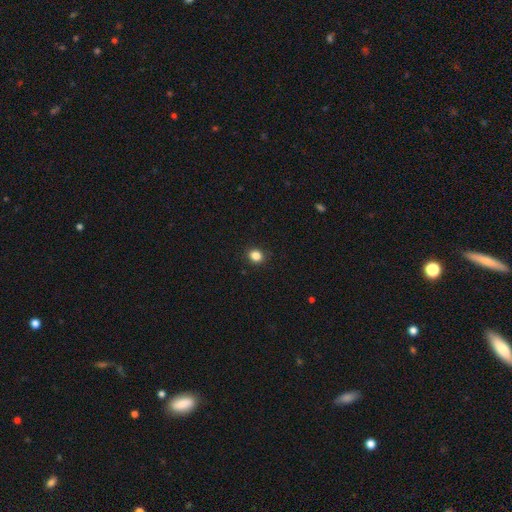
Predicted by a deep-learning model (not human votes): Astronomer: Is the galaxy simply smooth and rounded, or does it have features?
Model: smooth — 85%.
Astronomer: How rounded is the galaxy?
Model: round — 72%.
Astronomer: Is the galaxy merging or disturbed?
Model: none — 91%.